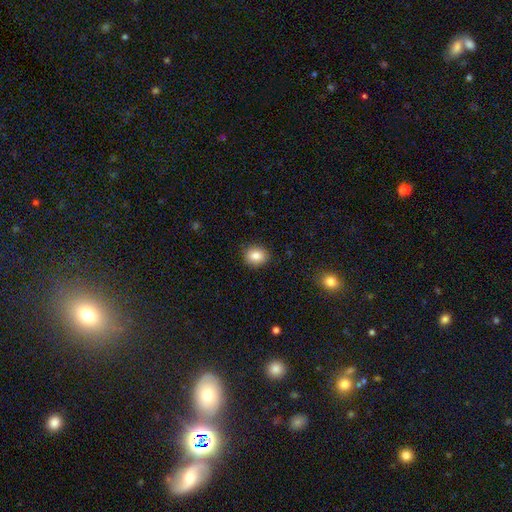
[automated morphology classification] A smooth galaxy with no disk features (85%) that is round (64%).

Vote fractions:
- Smooth or featured? smooth: 85% / star or artifact: 9% / featured or disk: 6%
- How rounded? round: 64% / in between: 35% / cigar-shaped: 1%
- Merging? none: 89% / minor disturbance: 8% / major disturbance: 2% / merger: 1%